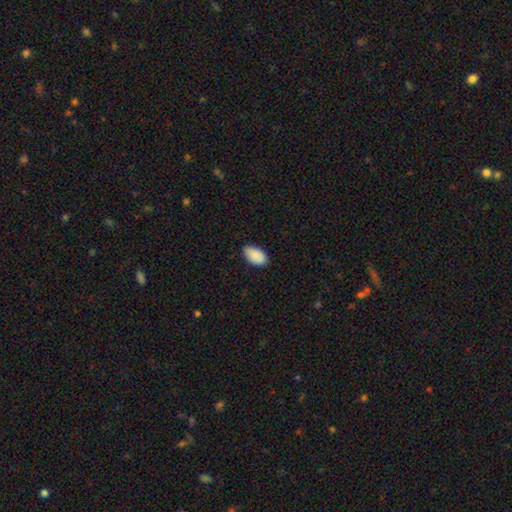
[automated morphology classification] smooth 89%, star or artifact 6%, featured or disk 4%. Down the decision tree: how rounded — in between (94%); merging — none (81%).